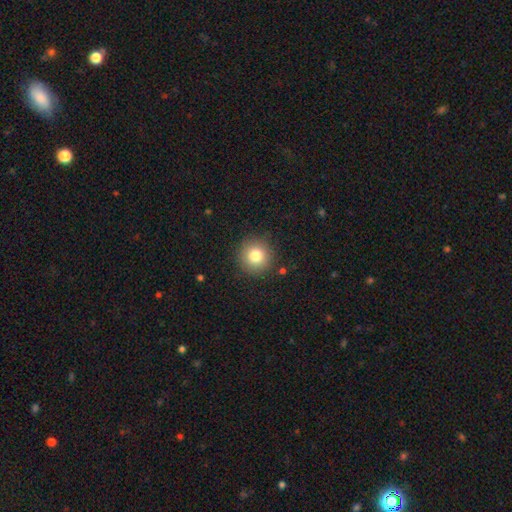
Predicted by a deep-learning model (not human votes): Overall: smooth (80%). How rounded: round (94%). Merging: none (89%).